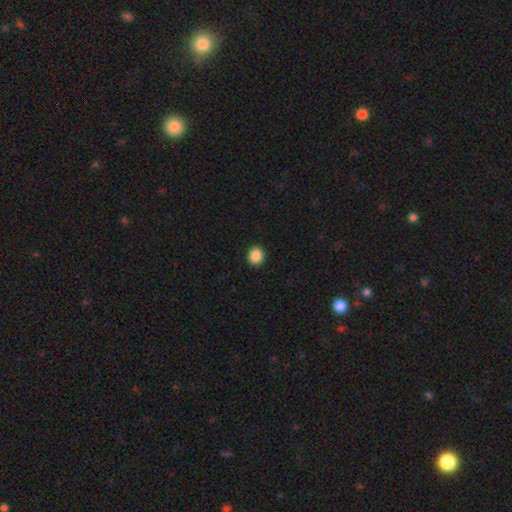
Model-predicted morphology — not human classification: Smooth or featured?
  - smooth: 88% *
  - star or artifact: 9%
  - featured or disk: 3%
How rounded?
  - round: 84% *
  - in between: 15%
  - cigar-shaped: 1%
Merging?
  - none: 93% *
  - minor disturbance: 5%
  - major disturbance: 2%
  - merger: 1%